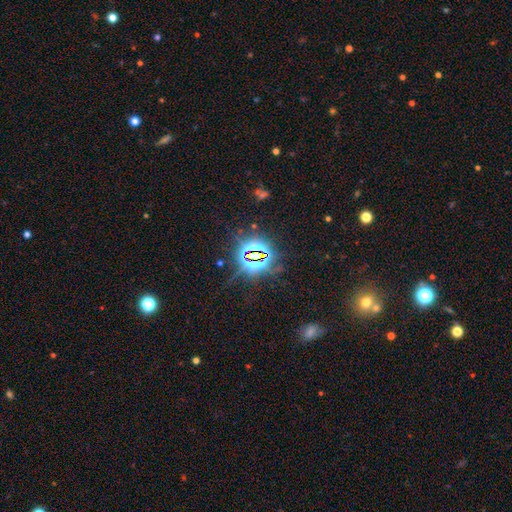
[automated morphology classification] Smooth or featured? Predicted: star or artifact (p=0.83).